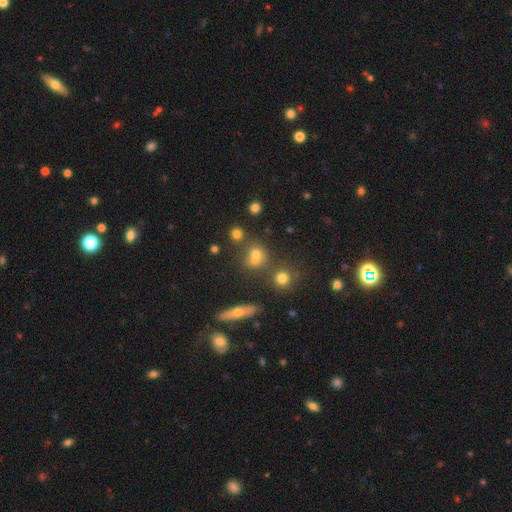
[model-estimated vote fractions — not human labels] Smooth or featured? Predicted: smooth (p=0.66). How rounded? Predicted: round (p=0.71). Merging? Predicted: none (p=0.51).